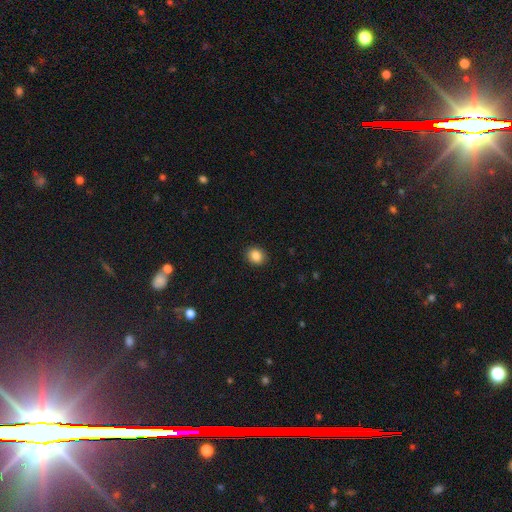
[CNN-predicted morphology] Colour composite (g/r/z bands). It shows a smooth galaxy with no disk features (87%) that is round (61%). Merging: none (91%).